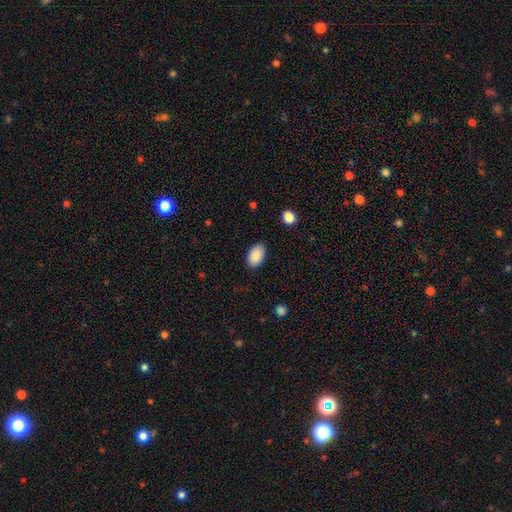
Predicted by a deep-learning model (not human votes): Smooth or featured? Predicted: smooth (p=0.89). How rounded? Predicted: in between (p=0.94). Merging? Predicted: none (p=0.87).